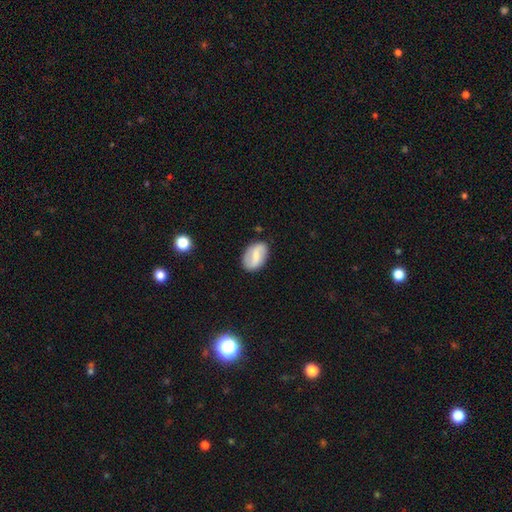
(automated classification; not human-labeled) This appears to be a featured or disk galaxy (48%). Merging: none (82%).